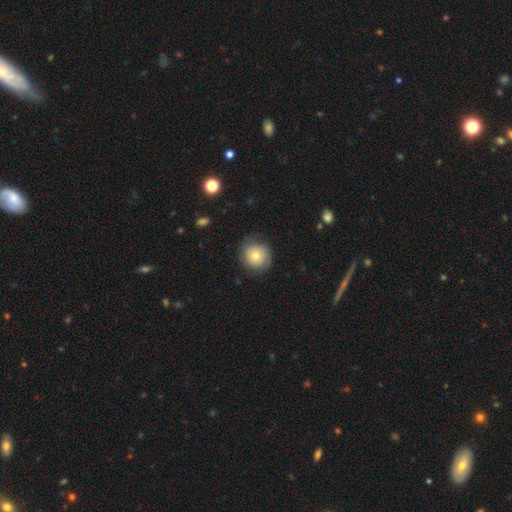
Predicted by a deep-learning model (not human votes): This is possibly a smooth galaxy (51%). How rounded: clearly round (89%). Merging: likely none (74%).